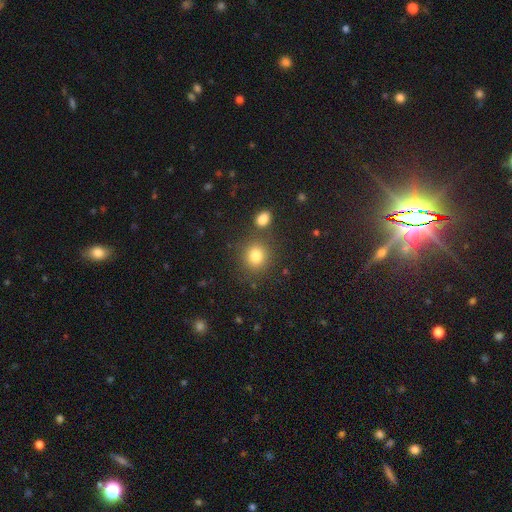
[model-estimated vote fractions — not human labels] Overall: smooth (82%). How rounded: round (84%). Merging: none (78%).